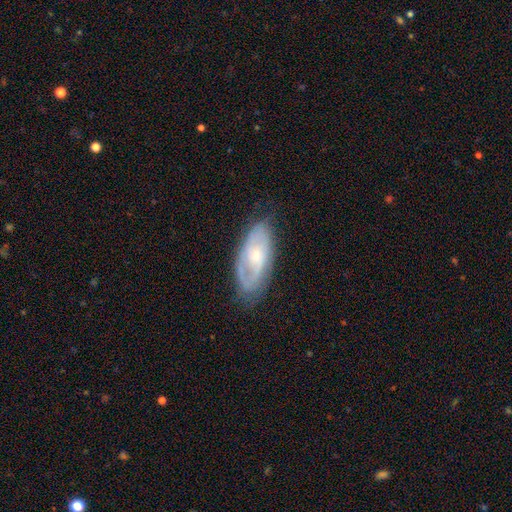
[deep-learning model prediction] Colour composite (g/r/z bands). It shows a featured or disk galaxy (65%) with no bar (72%), spiral arms (75%) and a small central bulge (56%). Merging: none (68%).